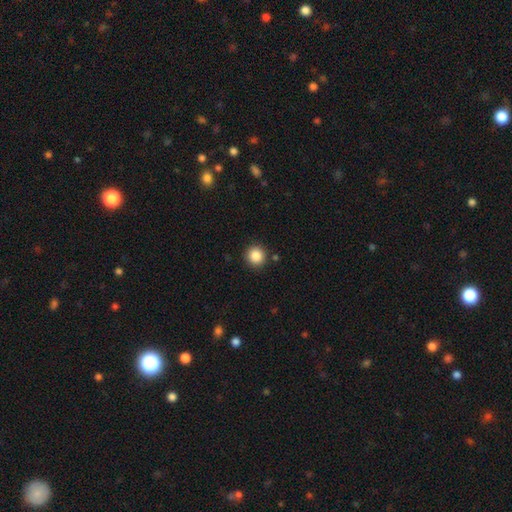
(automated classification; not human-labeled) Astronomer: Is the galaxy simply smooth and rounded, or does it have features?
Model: smooth — 86%.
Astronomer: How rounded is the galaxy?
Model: round — 94%.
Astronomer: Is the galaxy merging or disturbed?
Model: none — 90%.